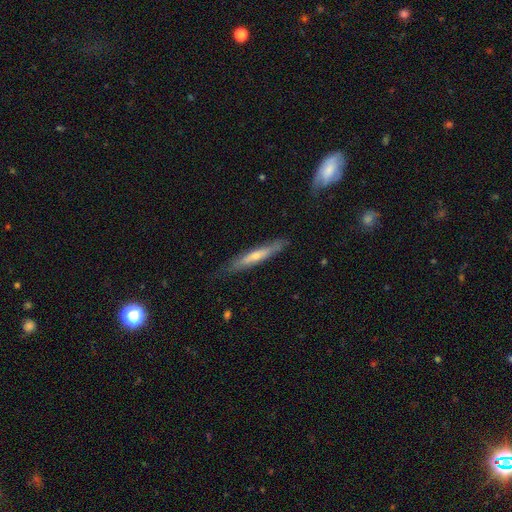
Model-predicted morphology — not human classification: smooth-or-featured: featured or disk: 51% | smooth: 43% | star or artifact: 6%
  disk-edge-on: yes: 87% | no: 13%
  merging: none: 80% | minor disturbance: 16% | major disturbance: 3% | merger: 1%